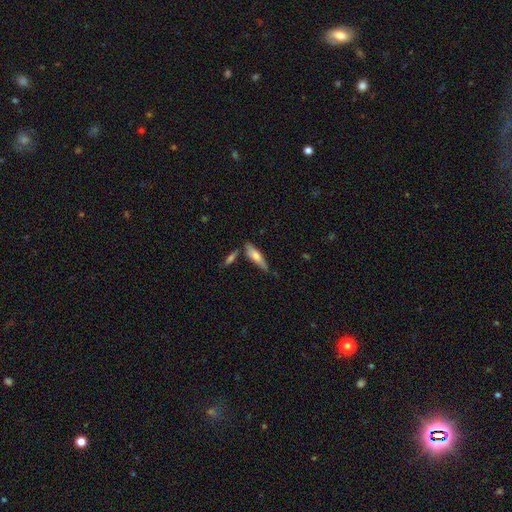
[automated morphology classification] A smooth galaxy with no disk features (60%) that is cigar-shaped (59%). Merging: none (63%).